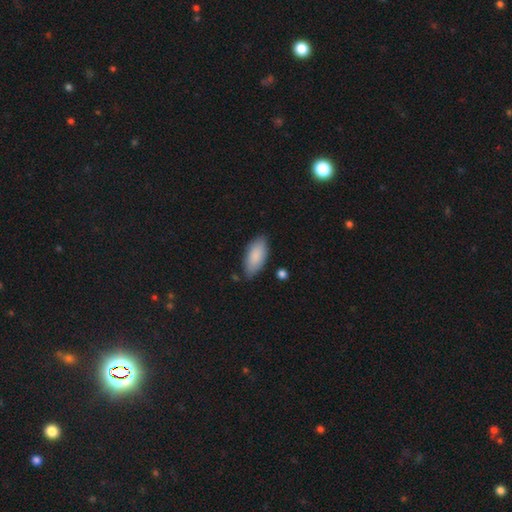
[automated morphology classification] Smooth or featured?
  - smooth: 87% *
  - featured or disk: 8%
  - star or artifact: 5%
How rounded?
  - in between: 88% *
  - cigar-shaped: 10%
  - round: 2%
Merging?
  - none: 78% *
  - minor disturbance: 16%
  - major disturbance: 3%
  - merger: 2%